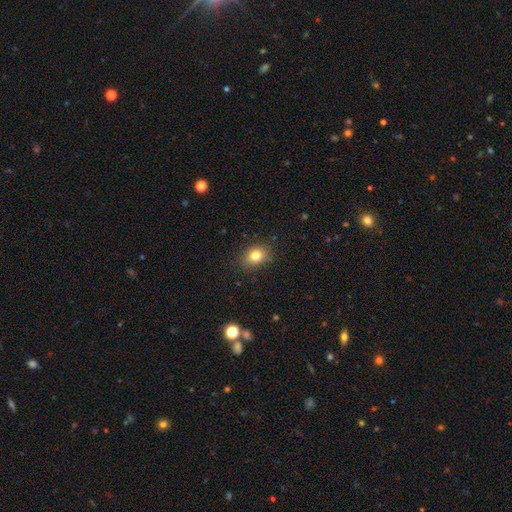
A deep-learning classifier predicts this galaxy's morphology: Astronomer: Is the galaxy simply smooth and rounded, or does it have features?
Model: smooth — 80%.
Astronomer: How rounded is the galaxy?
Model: in between — 50% (runner-up: round, 49%).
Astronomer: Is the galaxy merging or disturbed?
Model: none — 85%.